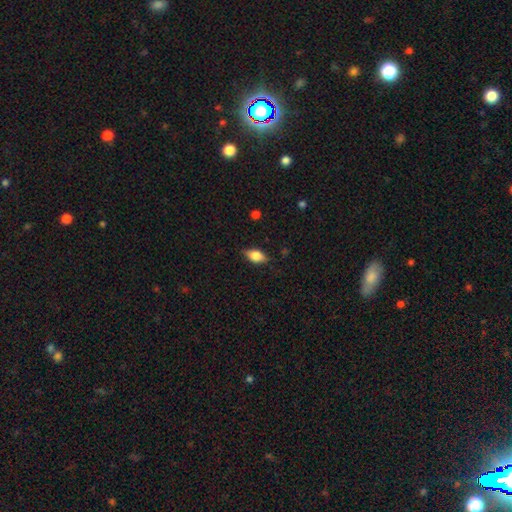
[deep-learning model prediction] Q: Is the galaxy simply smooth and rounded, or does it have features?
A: smooth — 70%.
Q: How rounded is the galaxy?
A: in between — 85%.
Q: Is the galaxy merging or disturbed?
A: none — 80%.